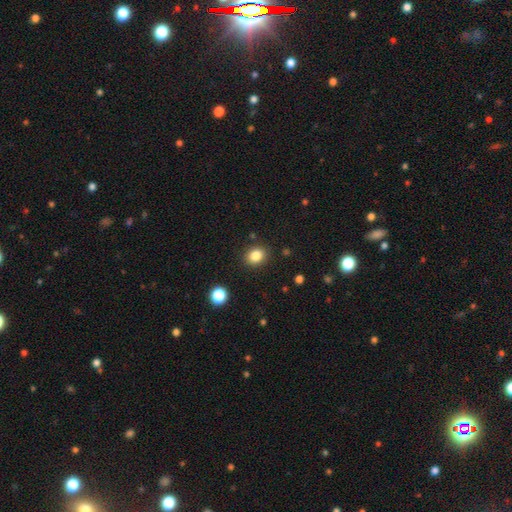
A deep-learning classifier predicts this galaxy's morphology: Smooth or featured: smooth — 84% (star or artifact — 11%)
How rounded: round — 61% (in between — 39%)
Merging: none — 88% (minor disturbance — 8%)